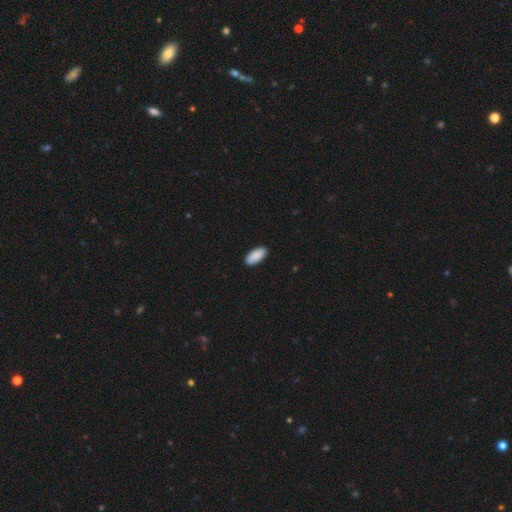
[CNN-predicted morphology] Overall: smooth (91%). How rounded: in between (91%). Merging: none (90%).